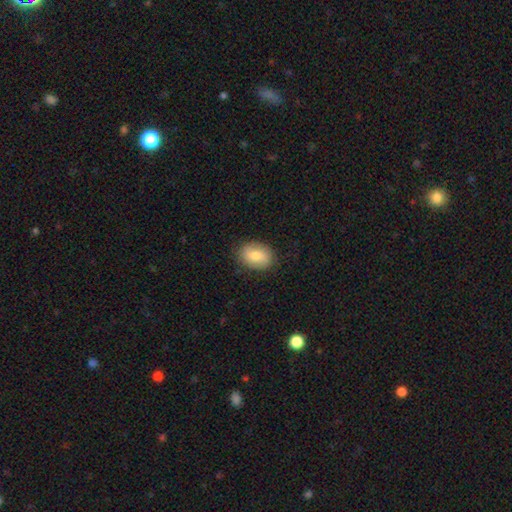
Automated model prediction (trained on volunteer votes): Smooth or featured: smooth — 75% (featured or disk — 18%)
How rounded: in between — 74% (round — 24%)
Merging: none — 85% (minor disturbance — 11%)